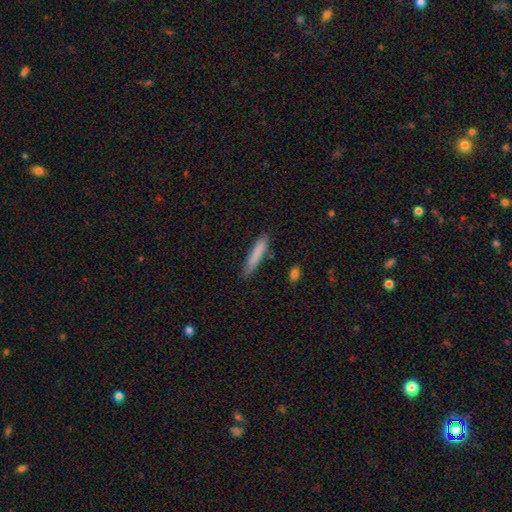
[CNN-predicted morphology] Q: Smooth or featured?
A: smooth (81%); runner-up: featured or disk (13%)
Q: How rounded?
A: cigar-shaped (89%); runner-up: in between (10%)
Q: Merging?
A: none (81%); runner-up: minor disturbance (14%)